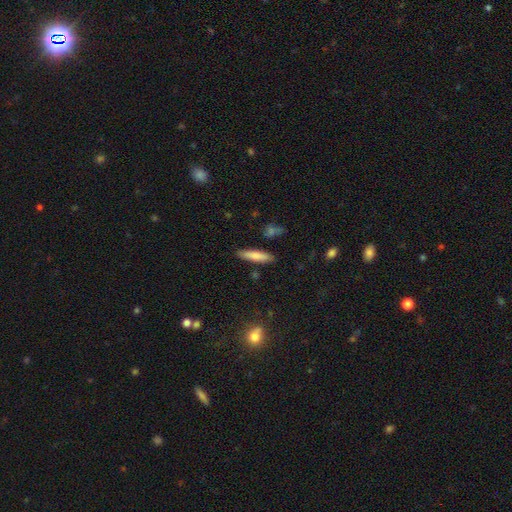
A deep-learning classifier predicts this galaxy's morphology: A smooth galaxy with no disk features (77%) that is cigar-shaped (79%). Merging: none (86%).